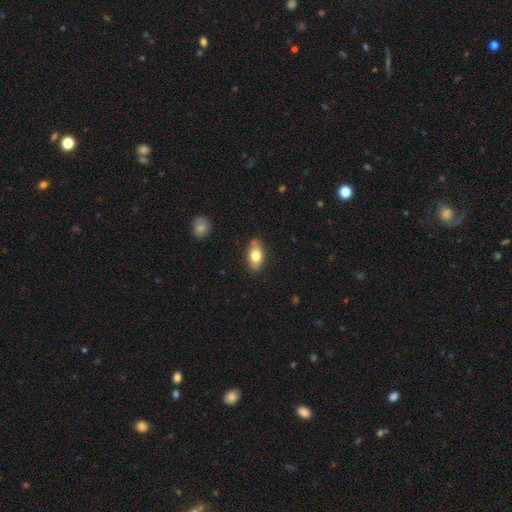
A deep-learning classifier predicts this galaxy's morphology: A smooth galaxy with no disk features (76%) that is in between round and cigar-shaped (88%). Merging: none (82%).